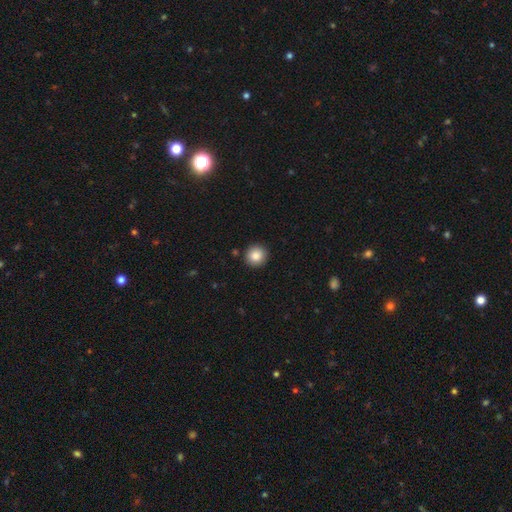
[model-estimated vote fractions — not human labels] Smooth or featured?
  - smooth: 86% *
  - star or artifact: 9%
  - featured or disk: 5%
How rounded?
  - round: 94% *
  - in between: 5%
  - cigar-shaped: 1%
Merging?
  - none: 91% *
  - minor disturbance: 6%
  - major disturbance: 2%
  - merger: 1%